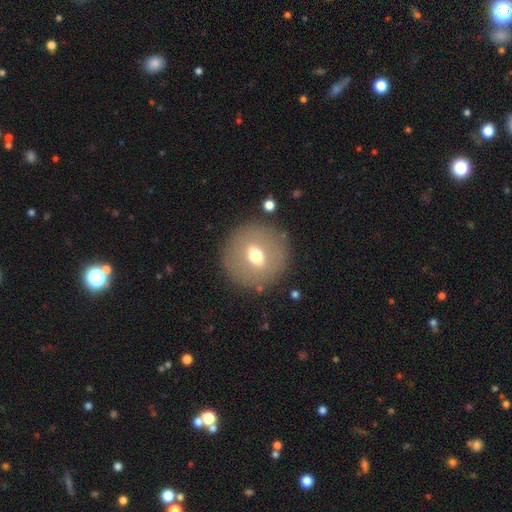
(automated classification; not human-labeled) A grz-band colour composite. It shows a smooth galaxy with no disk features (53%) that is round (88%). Merging: none (85%).